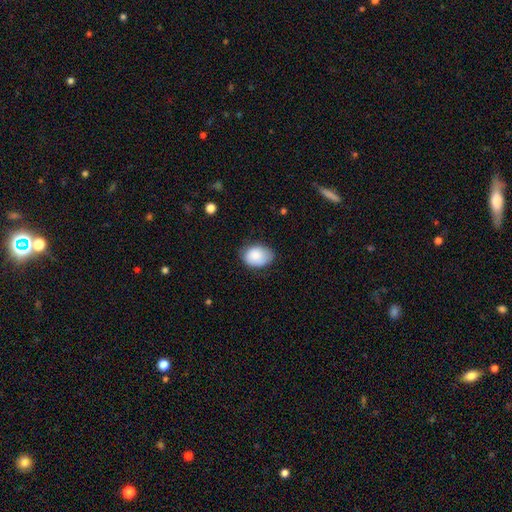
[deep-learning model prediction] Smooth or featured? Predicted: smooth (p=0.86). How rounded? Predicted: in between (p=0.73). Merging? Predicted: none (p=0.67).